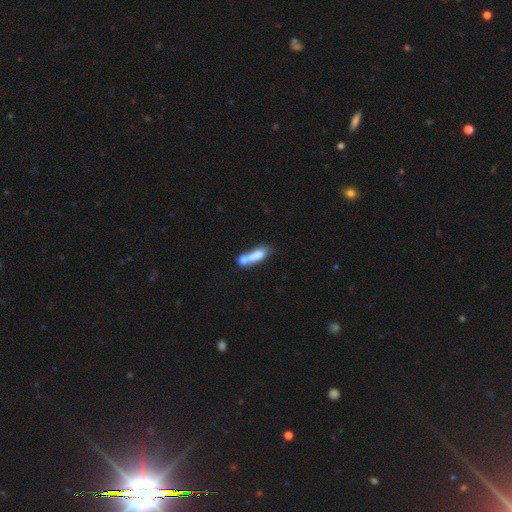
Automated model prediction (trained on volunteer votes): Morphology: type=smooth (66%); roundness=cigar-shaped (51%); merging=merger (60%).